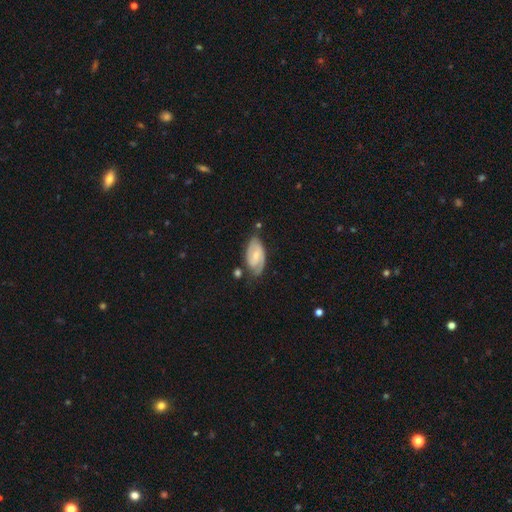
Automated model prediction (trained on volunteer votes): This appears to be a featured or disk galaxy (77%) with a weak bar (51%), 2 (79%) tight (53%) spiral arms (94%) and a small central bulge (58%). Merging: none (66%).